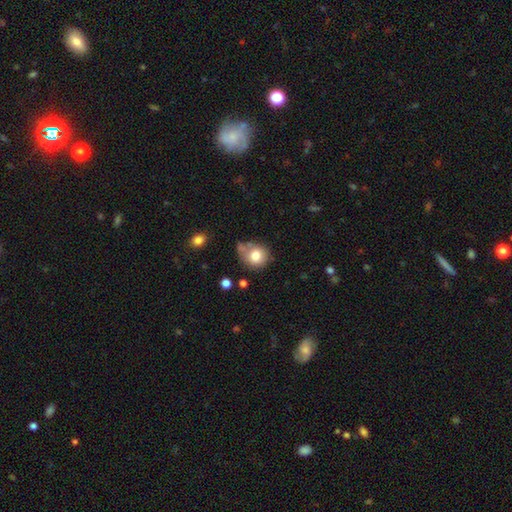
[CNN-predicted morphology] smooth 78%, featured or disk 12%, star or artifact 10%. Down the decision tree: how rounded — round (79%); merging — none (55%).